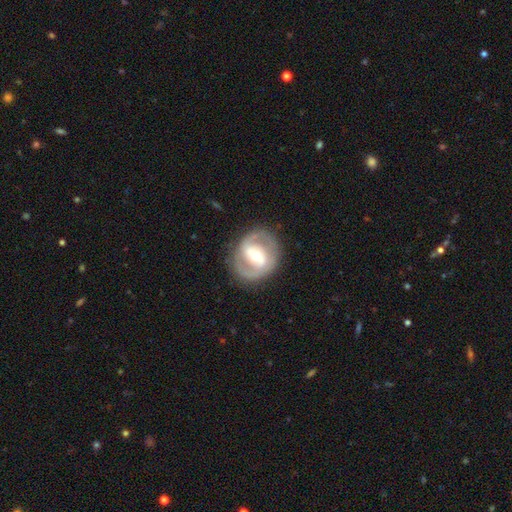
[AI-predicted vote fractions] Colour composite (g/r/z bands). It shows a featured or disk galaxy (77%) with a strong bar (46%), 2 (85%) medium (46%) spiral arms (72%) and a moderate central bulge (65%). Merging: none (84%).